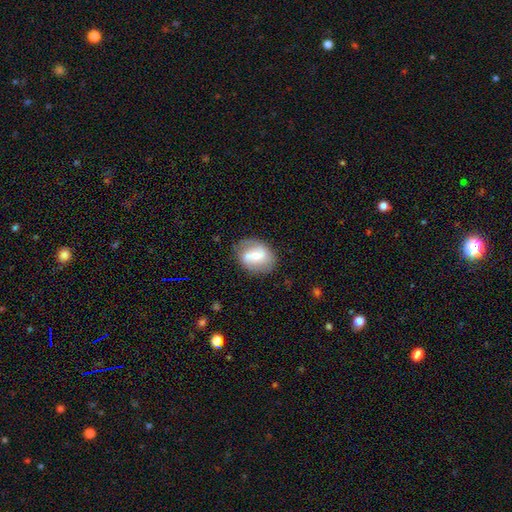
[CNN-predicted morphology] smooth_or_featured: featured or disk (p=0.62) [alt: smooth p=0.31]
disk_edge_on: no (p=0.96) [alt: yes p=0.04]
bar: weak (p=0.43) [alt: strong p=0.35]
has_spiral_arms: yes (p=0.74) [alt: no p=0.26]
bulge_size: moderate (p=0.52) [alt: small p=0.41]
merging: none (p=0.74) [alt: minor disturbance p=0.17]